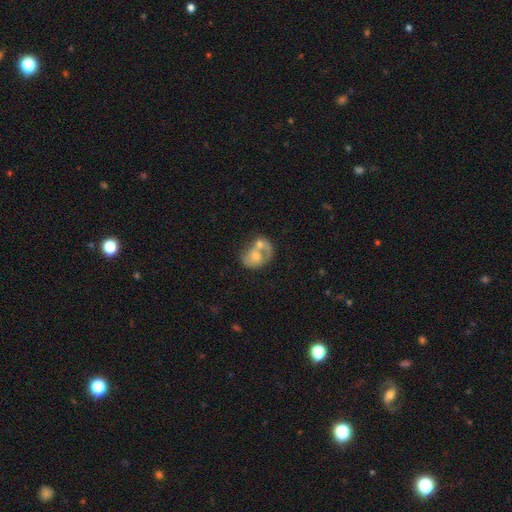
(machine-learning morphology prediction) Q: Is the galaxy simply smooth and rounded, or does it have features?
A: featured or disk — 51%.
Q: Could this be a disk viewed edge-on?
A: no — 97%.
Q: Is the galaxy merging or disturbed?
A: merger — 65%.